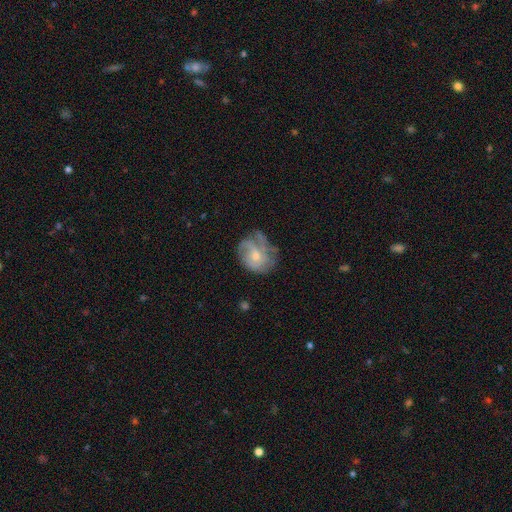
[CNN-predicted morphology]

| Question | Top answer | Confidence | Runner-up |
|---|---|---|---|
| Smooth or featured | featured or disk | 64% | smooth (28%) |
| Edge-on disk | no | 97% | yes (3%) |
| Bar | no | 75% | weak (22%) |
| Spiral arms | yes | 80% | no (20%) |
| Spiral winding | tight | 41% | medium (38%) |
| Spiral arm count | can't tell | 37% | 3 (20%) |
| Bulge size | small | 53% | moderate (42%) |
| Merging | none | 46% | minor disturbance (28%) |